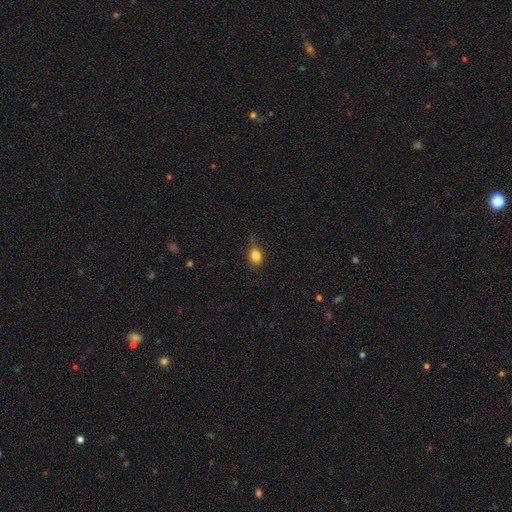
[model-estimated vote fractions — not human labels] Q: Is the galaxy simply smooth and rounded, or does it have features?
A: smooth — 82%.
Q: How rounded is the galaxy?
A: round — 49%, tied with in between.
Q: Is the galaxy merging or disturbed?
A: none — 60%.